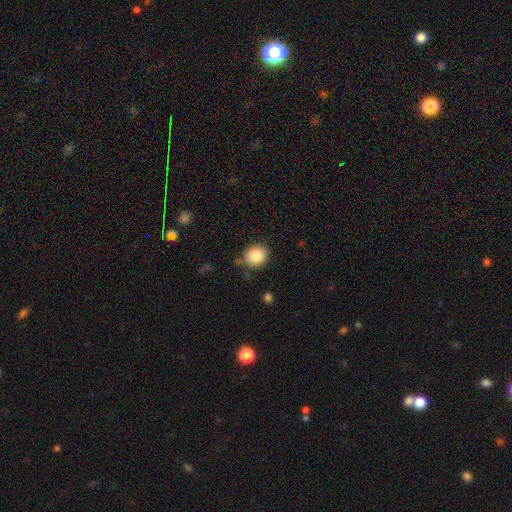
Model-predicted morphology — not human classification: Smooth or featured? smooth (85%)
How rounded? round (77%)
Merging? none (80%)